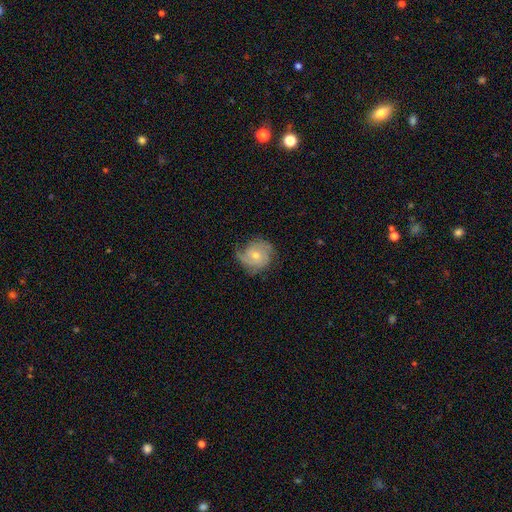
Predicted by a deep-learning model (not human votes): A featured or disk galaxy (70%) with no bar (73%), 2 (40%) tight (42%) spiral arms (92%) and a small central bulge (48%).

Vote fractions:
- Smooth or featured? featured or disk: 70% / smooth: 23% / star or artifact: 7%
- Edge-on disk? no: 98% / yes: 2%
- Bar? no: 73% / weak: 24% / strong: 4%
- Spiral arms? yes: 92% / no: 8%
- Spiral winding? tight: 42% / medium: 40% / loose: 19%
- Spiral arm count? 2: 40% / can't tell: 22% / 3: 20% / 1: 10% / 4: 4% / more than 4: 4%
- Bulge size? small: 48% / moderate: 47% / large: 2% / none: 2% / dominant: 1%
- Merging? none: 64% / minor disturbance: 24% / major disturbance: 11% / merger: 1%